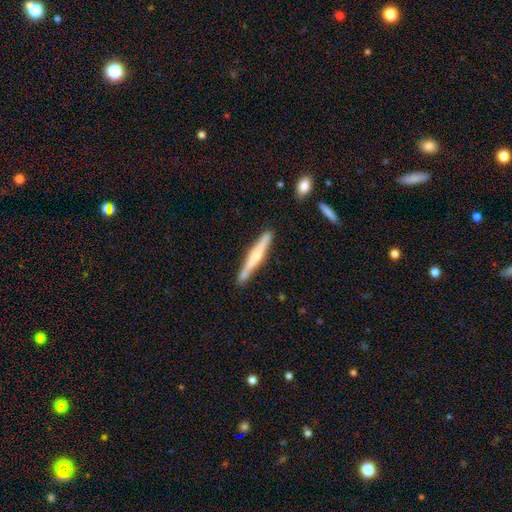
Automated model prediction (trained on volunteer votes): Smooth or featured?
  - featured or disk: 57% *
  - smooth: 37%
  - star or artifact: 6%
Edge-on disk?
  - yes: 97% *
  - no: 3%
Edge-on bulge?
  - rounded: 66% *
  - none: 23%
  - boxy: 12%
Merging?
  - none: 85% *
  - minor disturbance: 10%
  - merger: 3%
  - major disturbance: 2%